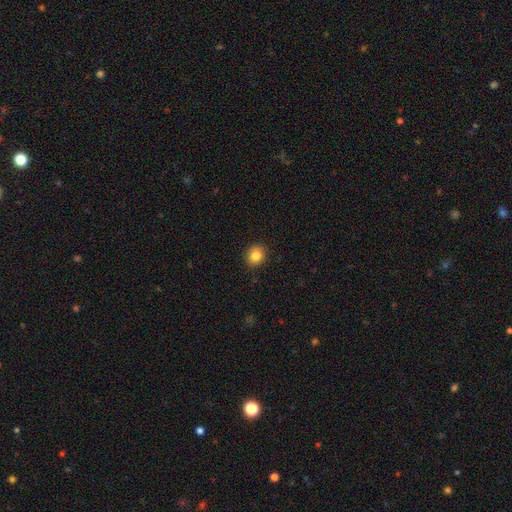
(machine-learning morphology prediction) Smooth or featured: smooth — 84% (star or artifact — 10%)
How rounded: round — 77% (in between — 22%)
Merging: none — 87% (minor disturbance — 10%)